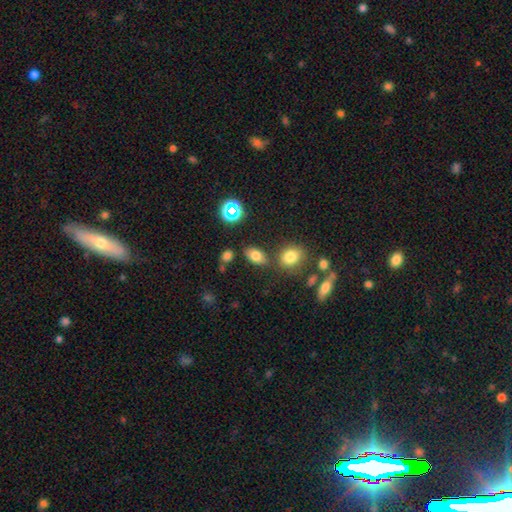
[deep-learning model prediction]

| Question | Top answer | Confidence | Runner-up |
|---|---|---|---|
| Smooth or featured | smooth | 74% | star or artifact (15%) |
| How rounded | in between | 87% | round (10%) |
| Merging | none | 77% | minor disturbance (11%) |